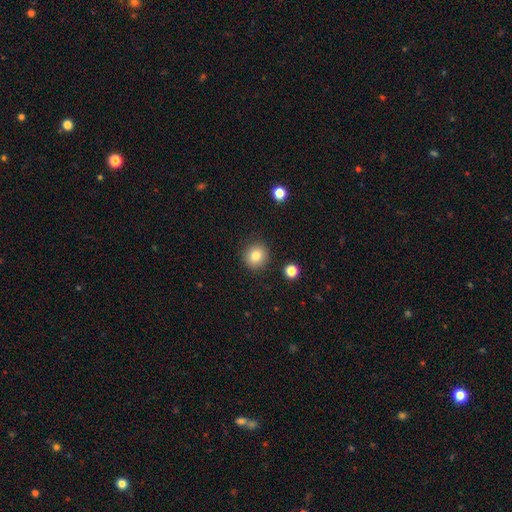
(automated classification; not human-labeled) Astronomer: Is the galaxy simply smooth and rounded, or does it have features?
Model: smooth — 82%.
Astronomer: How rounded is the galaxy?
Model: round — 90%.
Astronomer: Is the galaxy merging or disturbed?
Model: none — 89%.